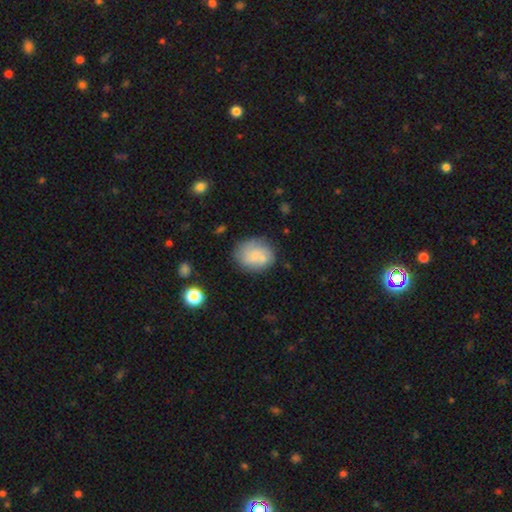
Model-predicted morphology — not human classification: This appears to be a smooth galaxy with no disk features (66%) that is round (62%). Merging: none (59%).